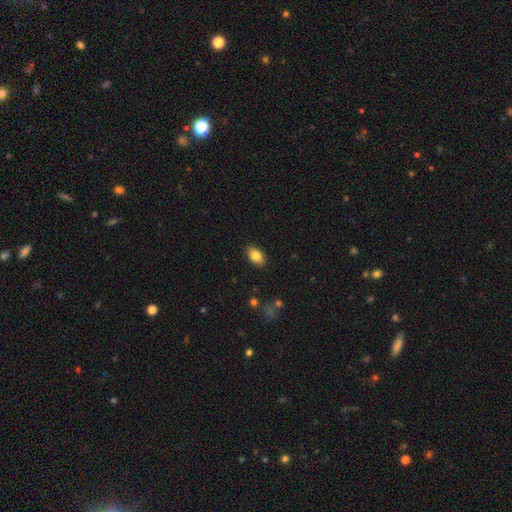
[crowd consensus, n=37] This is clearly a smooth galaxy (84%). How rounded: clearly in between (84%). Merging: likely none (74%).